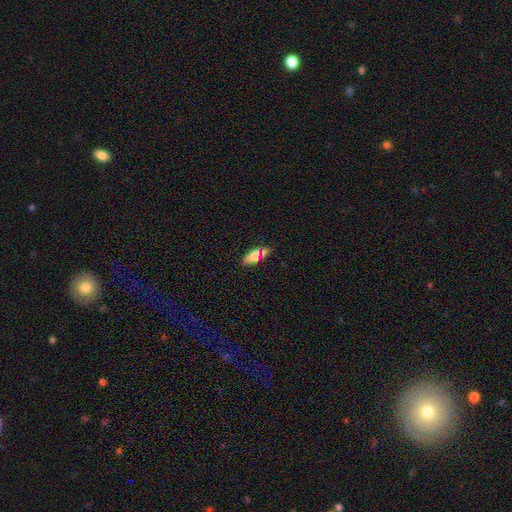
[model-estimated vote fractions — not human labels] The model was most divided on "how rounded": in between: 70%, cigar-shaped: 25%, round: 5%. More confident: merging — none (75%); smooth or featured — smooth (73%).